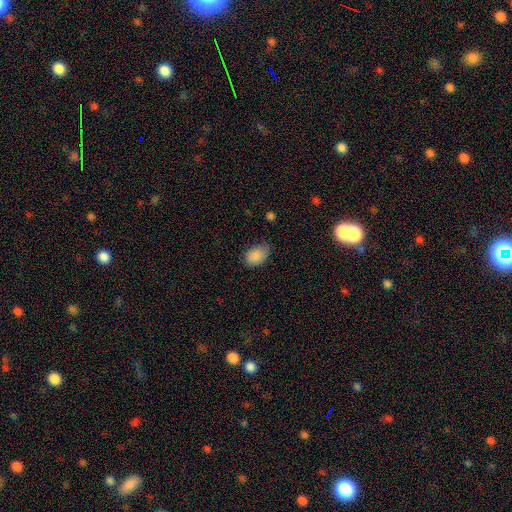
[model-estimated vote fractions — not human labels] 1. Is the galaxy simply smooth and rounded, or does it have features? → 87% smooth, 8% star or artifact, 5% featured or disk.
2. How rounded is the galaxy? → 86% in between, 13% round, 1% cigar-shaped.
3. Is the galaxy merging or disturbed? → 71% none, 23% minor disturbance, 4% major disturbance, 1% merger.